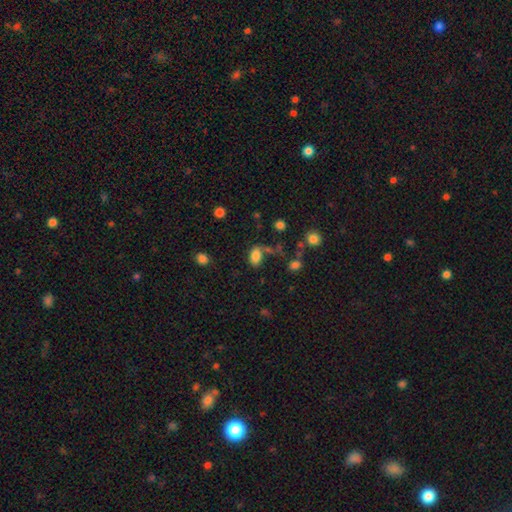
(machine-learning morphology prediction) Q: Smooth or featured?
A: smooth (81%); runner-up: star or artifact (11%)
Q: How rounded?
A: in between (87%); runner-up: round (10%)
Q: Merging?
A: none (54%); runner-up: minor disturbance (21%)